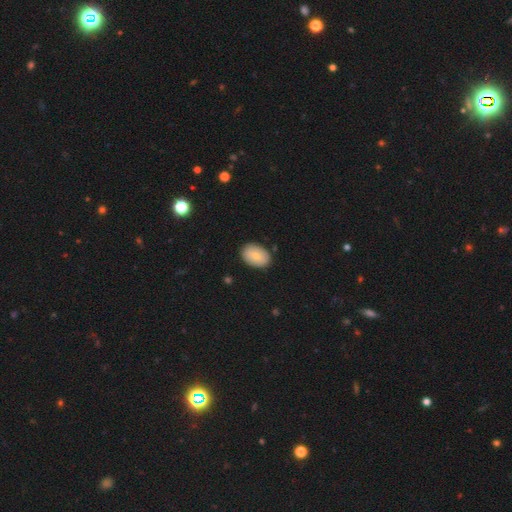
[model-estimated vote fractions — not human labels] Smooth or featured? Predicted: smooth (p=0.75). How rounded? Predicted: in between (p=0.85). Merging? Predicted: none (p=0.87).